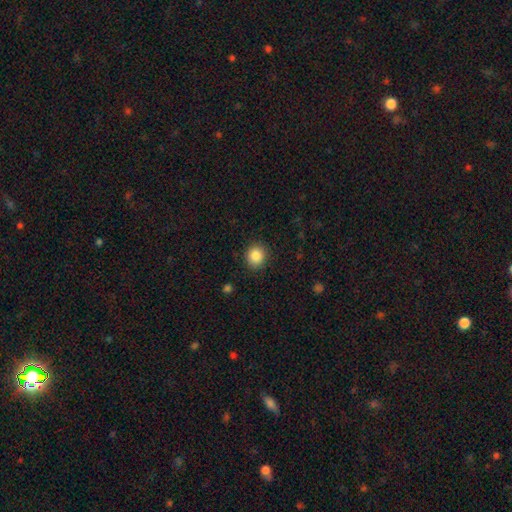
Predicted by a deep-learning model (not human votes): Smooth or featured? smooth (86%)
How rounded? round (85%)
Merging? none (90%)